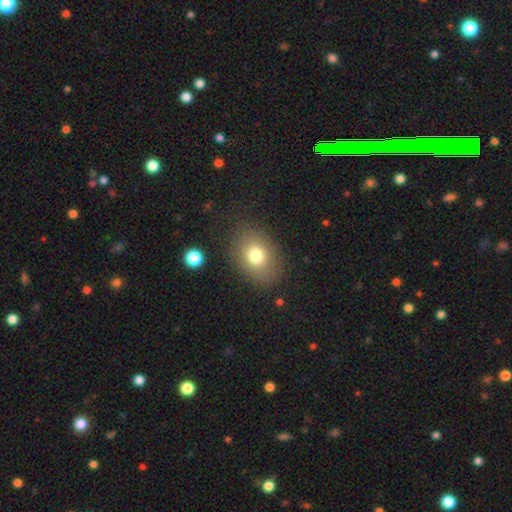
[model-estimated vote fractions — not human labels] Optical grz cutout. It shows a smooth galaxy with no disk features (75%) that is in between round and cigar-shaped (63%). Merging: none (81%).